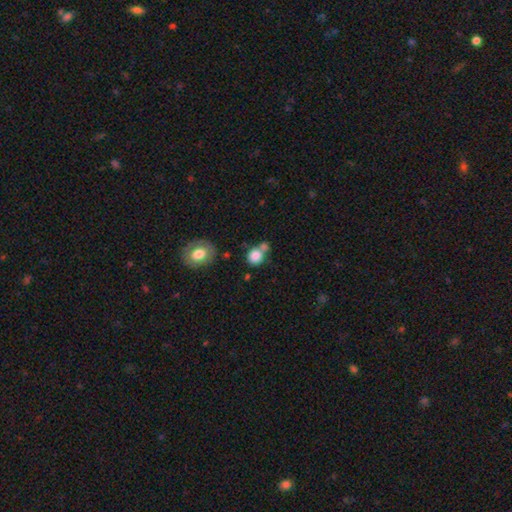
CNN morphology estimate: This is clearly a smooth galaxy (83%). How rounded: clearly round (82%). Merging: possibly none (50%).